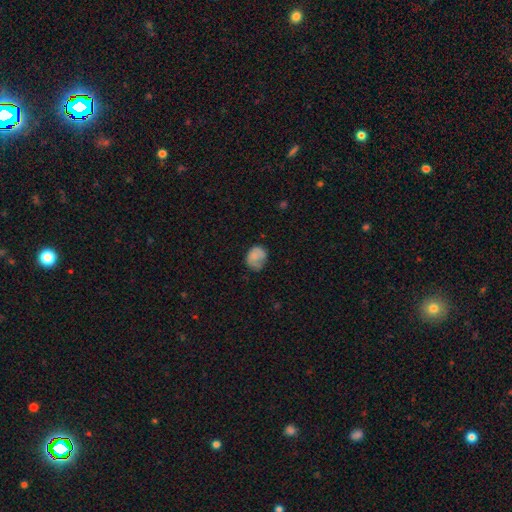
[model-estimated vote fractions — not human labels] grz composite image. It shows a smooth galaxy with no disk features (76%) that is round (55%). Merging: none (54%).